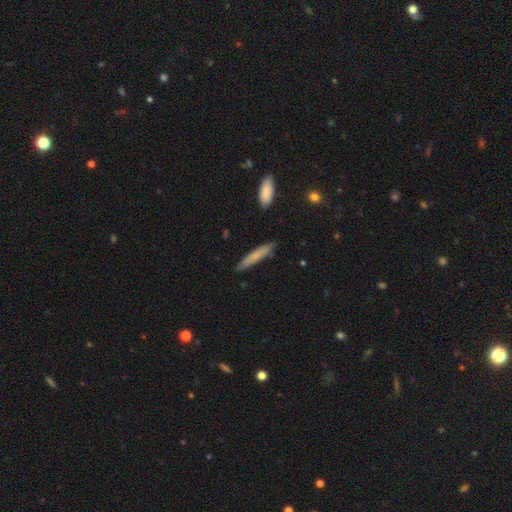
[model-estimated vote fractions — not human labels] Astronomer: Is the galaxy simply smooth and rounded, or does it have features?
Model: smooth — 71%.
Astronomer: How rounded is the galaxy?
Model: cigar-shaped — 92%.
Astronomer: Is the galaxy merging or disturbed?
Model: none — 85%.